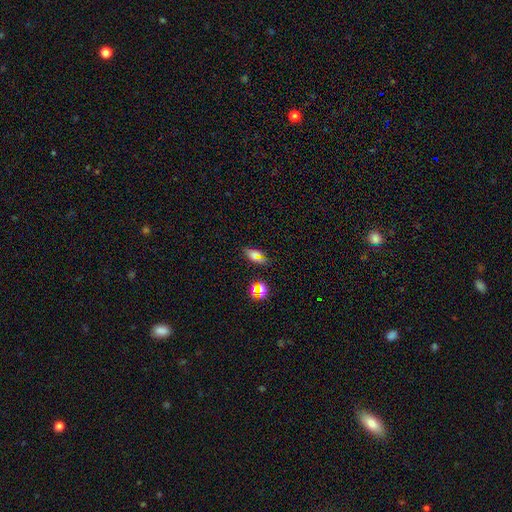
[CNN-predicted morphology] type=smooth (55%); roundness=in between (80%); merging=none (75%).